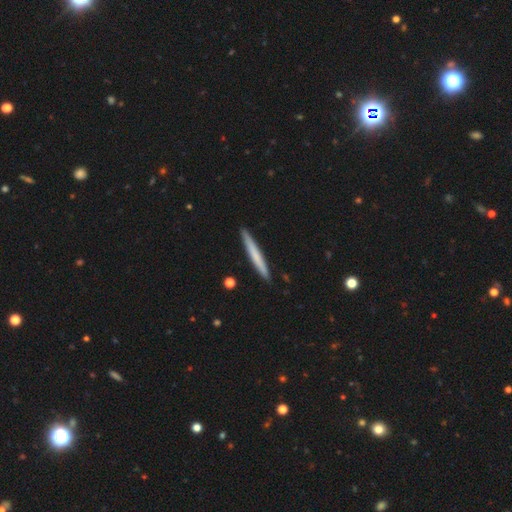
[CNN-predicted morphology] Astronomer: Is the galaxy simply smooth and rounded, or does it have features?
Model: smooth — 63%.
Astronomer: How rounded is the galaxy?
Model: cigar-shaped — 97%.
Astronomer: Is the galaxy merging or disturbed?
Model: none — 92%.